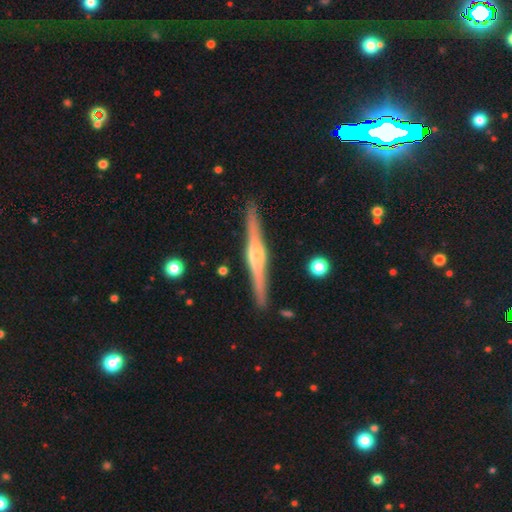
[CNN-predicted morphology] A featured or disk galaxy (81%) viewed edge-on (98%) with a rounded central bulge (79%). Merging: none (90%).